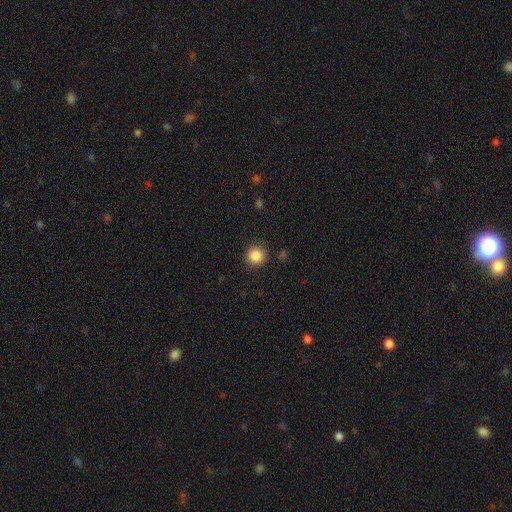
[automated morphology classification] Smooth or featured: smooth — 86% (star or artifact — 10%)
How rounded: round — 92% (in between — 7%)
Merging: none — 88% (minor disturbance — 8%)